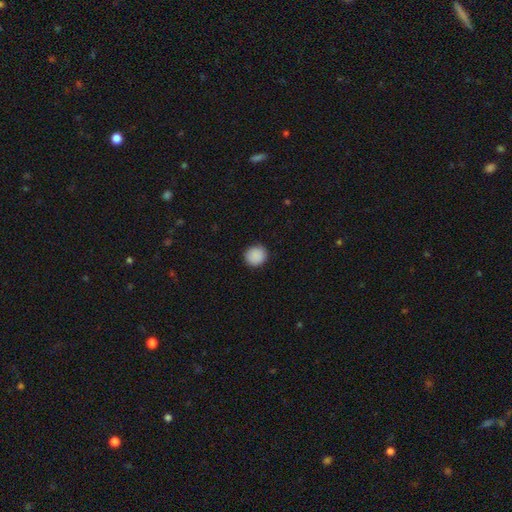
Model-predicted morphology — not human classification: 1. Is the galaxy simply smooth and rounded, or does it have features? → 90% smooth, 8% star or artifact, 2% featured or disk.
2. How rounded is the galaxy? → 91% round, 8% in between, 1% cigar-shaped.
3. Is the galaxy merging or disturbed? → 91% none, 7% minor disturbance, 2% major disturbance, 1% merger.